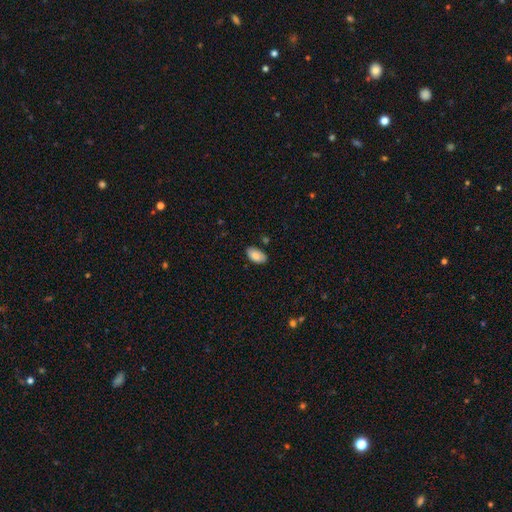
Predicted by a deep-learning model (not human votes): smooth_or_featured: smooth (p=0.81) [alt: featured or disk p=0.12]
how_rounded: in between (p=0.95) [alt: round p=0.04]
merging: none (p=0.81) [alt: minor disturbance p=0.14]